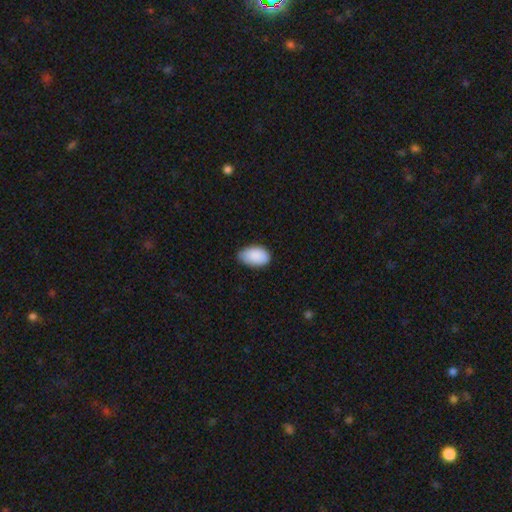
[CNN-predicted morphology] smooth_or_featured: smooth (p=0.90) [alt: star or artifact p=0.06]
how_rounded: in between (p=0.94) [alt: round p=0.05]
merging: none (p=0.71) [alt: minor disturbance p=0.25]